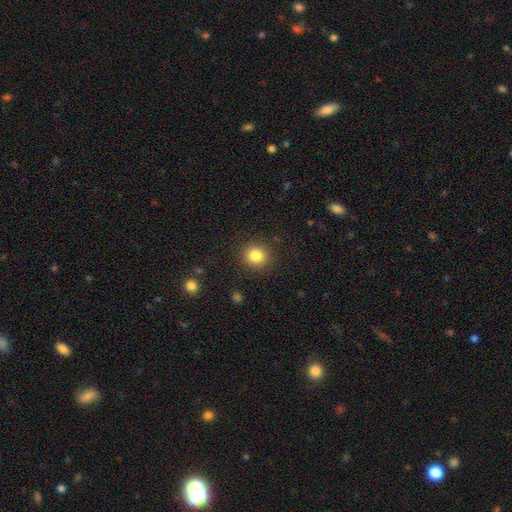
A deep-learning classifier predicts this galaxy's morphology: type=smooth (84%); roundness=round (91%); merging=none (89%).